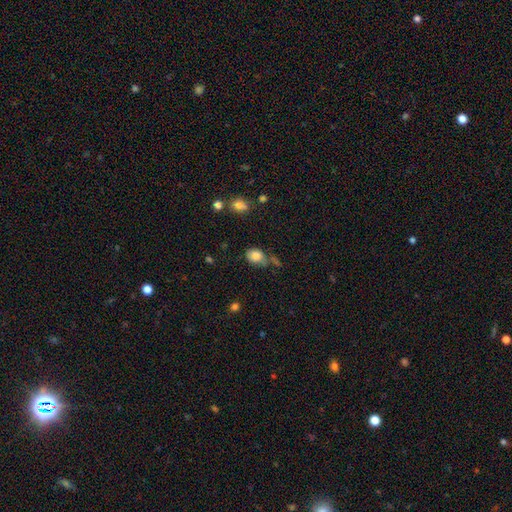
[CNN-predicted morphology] Overall: smooth (82%). How rounded: in between (61%; round 38%). Merging: none (53%; minor disturbance 25%).